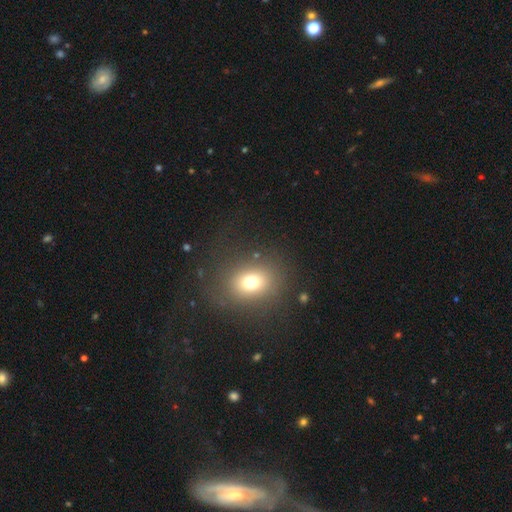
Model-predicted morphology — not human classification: A smooth galaxy with no disk features (57%) that is round (71%). Merging: none (81%).